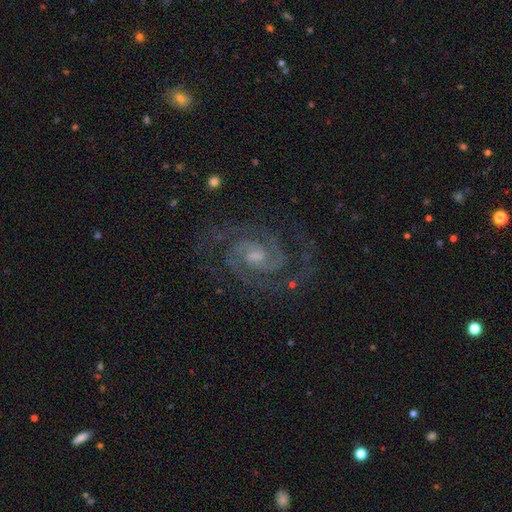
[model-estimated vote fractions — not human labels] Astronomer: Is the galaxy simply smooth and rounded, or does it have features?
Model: featured or disk — 92%.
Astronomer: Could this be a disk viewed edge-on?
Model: no — 98%.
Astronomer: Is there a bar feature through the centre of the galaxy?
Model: weak — 52% (runner-up: no, 34%).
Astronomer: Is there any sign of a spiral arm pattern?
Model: yes — 99%.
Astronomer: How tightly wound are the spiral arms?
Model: tight — 49% (runner-up: medium, 45%).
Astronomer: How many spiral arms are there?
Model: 2 — 90%.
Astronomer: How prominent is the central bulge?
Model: small — 52% (runner-up: moderate, 29%).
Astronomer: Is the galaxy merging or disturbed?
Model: none — 79%.